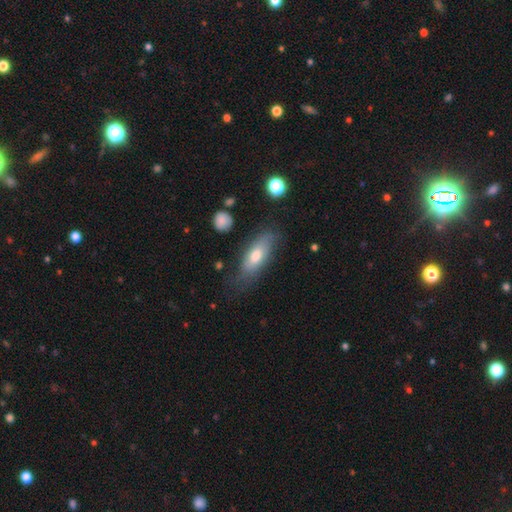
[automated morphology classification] Overall: smooth (65%; featured or disk 28%). How rounded: in between (69%). Merging: none (65%).